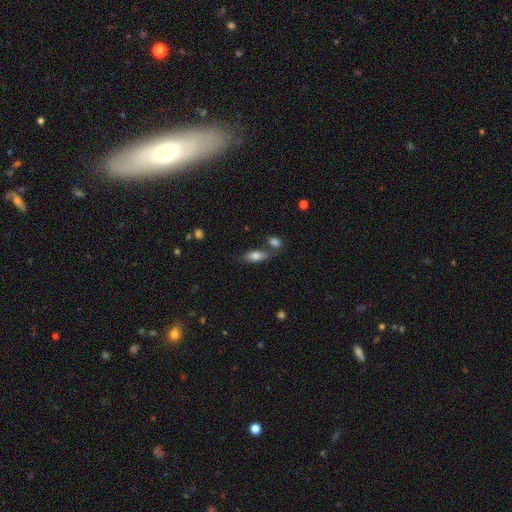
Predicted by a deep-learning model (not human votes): Smooth or featured? smooth (77%)
How rounded? in between (80%)
Merging? none (61%)